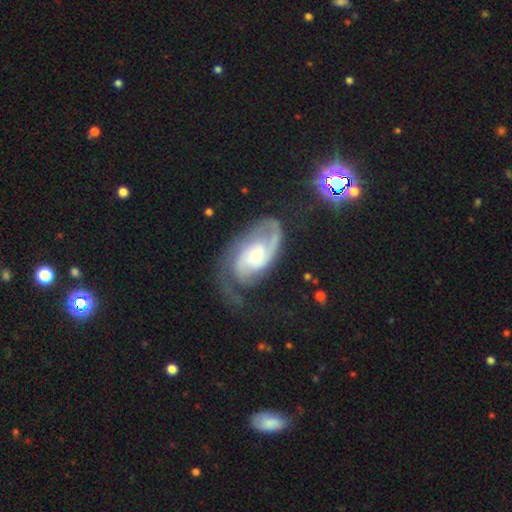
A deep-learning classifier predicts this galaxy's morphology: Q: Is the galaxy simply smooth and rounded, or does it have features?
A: featured or disk — 86%.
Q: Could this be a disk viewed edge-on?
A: no — 96%.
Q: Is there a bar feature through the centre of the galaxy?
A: no — 61%.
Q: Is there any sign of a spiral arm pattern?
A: yes — 96%.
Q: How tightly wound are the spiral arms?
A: tight — 42%.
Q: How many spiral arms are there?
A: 2 — 63%.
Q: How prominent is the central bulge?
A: moderate — 55%.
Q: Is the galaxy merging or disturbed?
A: none — 55%.